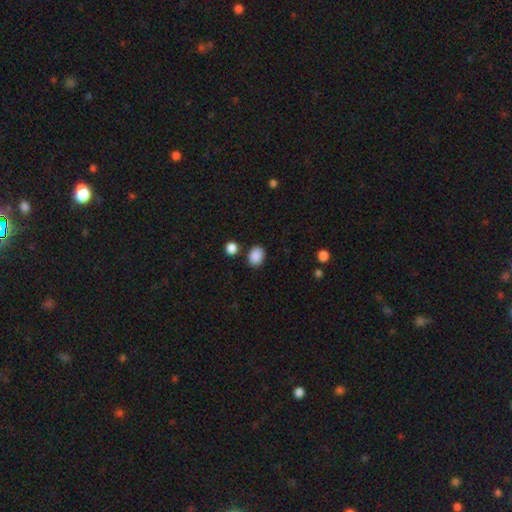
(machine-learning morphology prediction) This appears to be a smooth galaxy with no disk features (88%) that is in between round and cigar-shaped (60%). Merging: none (81%).